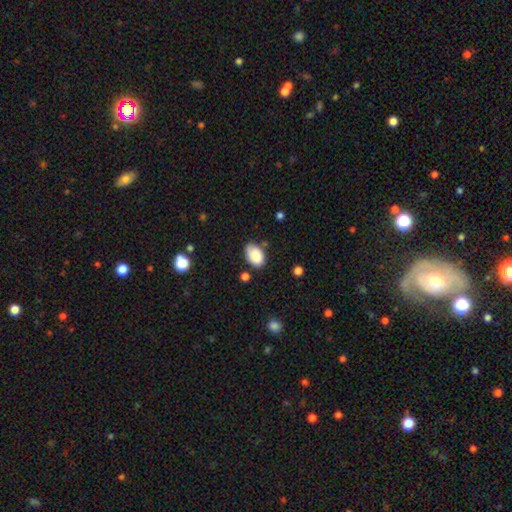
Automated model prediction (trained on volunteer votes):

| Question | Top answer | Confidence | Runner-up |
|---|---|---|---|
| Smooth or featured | smooth | 85% | featured or disk (8%) |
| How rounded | in between | 89% | round (10%) |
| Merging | none | 67% | minor disturbance (23%) |